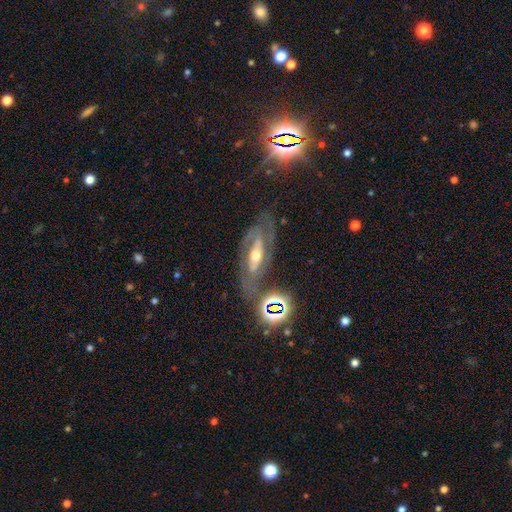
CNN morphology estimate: This appears to be a featured or disk galaxy (74%) with no bar (42%), spiral arms (75%) and a moderate central bulge (68%). Merging: none (62%).